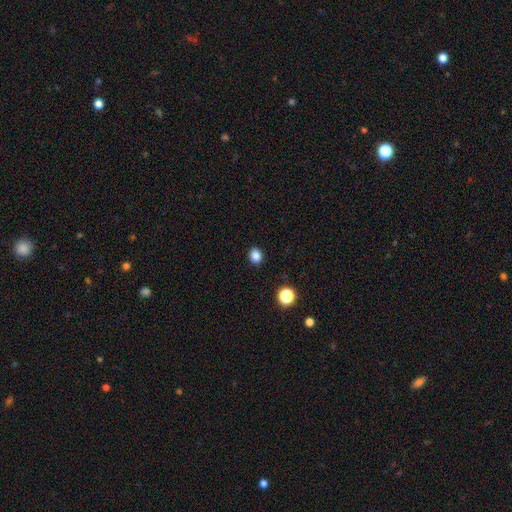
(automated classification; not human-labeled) Morphology: type=smooth (84%); roundness=round (61%); merging=none (91%).